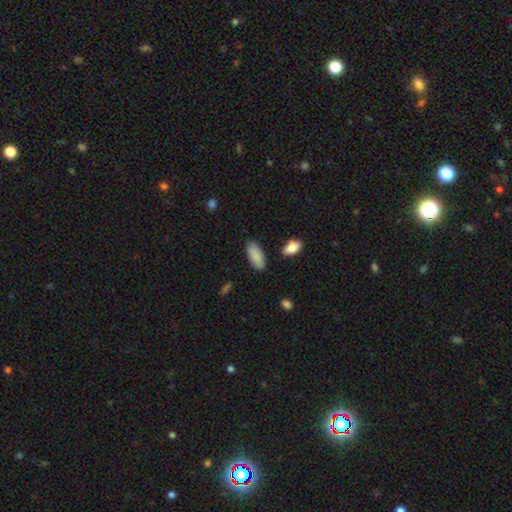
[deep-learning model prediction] Overall: smooth (89%). How rounded: in between (86%). Merging: none (83%).